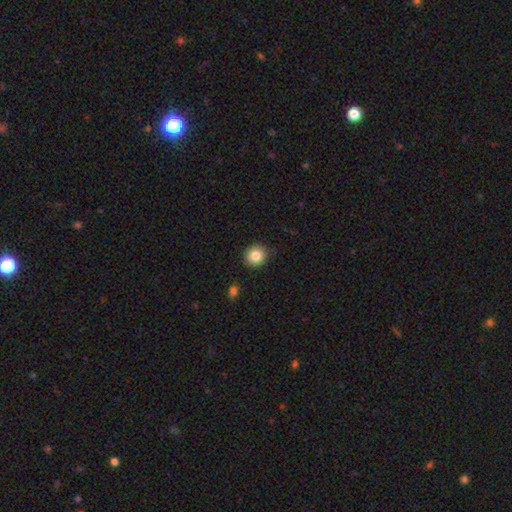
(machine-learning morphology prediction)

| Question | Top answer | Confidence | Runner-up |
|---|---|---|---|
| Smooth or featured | smooth | 84% | star or artifact (10%) |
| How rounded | round | 89% | in between (10%) |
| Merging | none | 88% | minor disturbance (9%) |